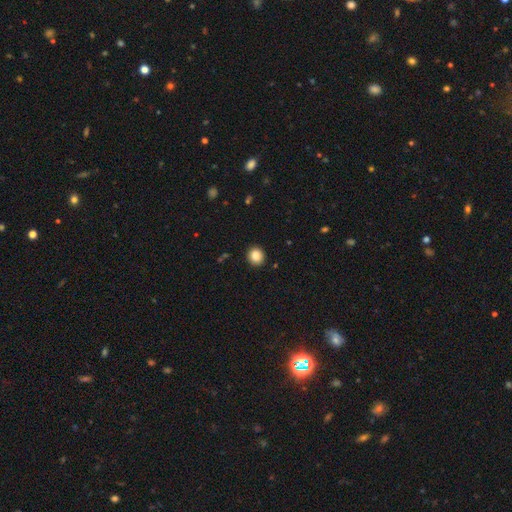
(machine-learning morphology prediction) Overall: smooth (87%). How rounded: round (88%). Merging: none (91%).